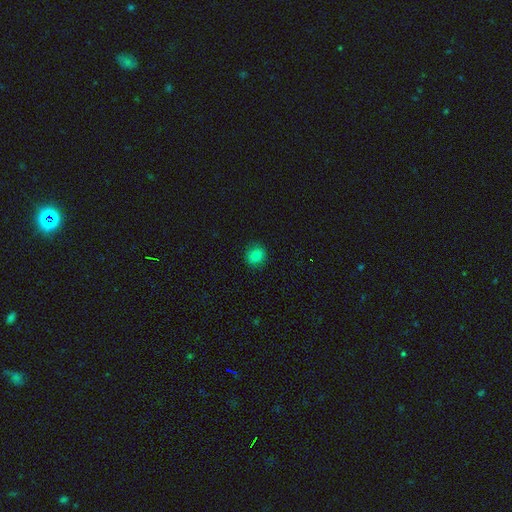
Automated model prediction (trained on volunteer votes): smooth_or_featured: smooth (p=0.84) [alt: star or artifact p=0.12]
how_rounded: round (p=0.76) [alt: in between p=0.24]
merging: none (p=0.86) [alt: minor disturbance p=0.10]